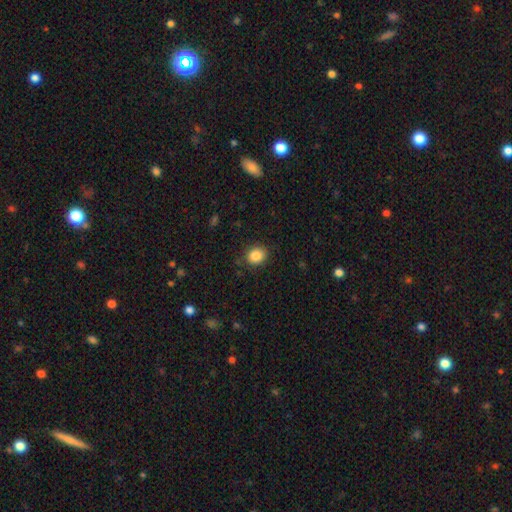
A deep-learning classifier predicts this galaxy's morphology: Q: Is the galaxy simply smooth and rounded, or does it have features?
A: smooth — 86%.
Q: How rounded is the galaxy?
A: round — 59%.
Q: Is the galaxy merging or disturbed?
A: none — 86%.